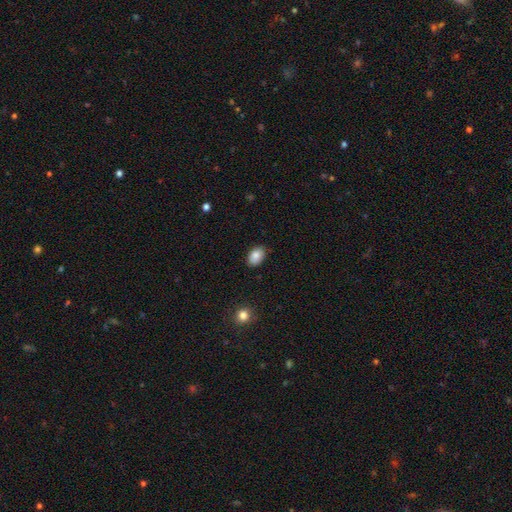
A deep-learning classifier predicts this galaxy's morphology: smooth-or-featured: smooth: 87% | star or artifact: 8% | featured or disk: 5%
  how-rounded: in between: 86% | round: 13% | cigar-shaped: 1%
  merging: none: 84% | minor disturbance: 12% | major disturbance: 2% | merger: 1%